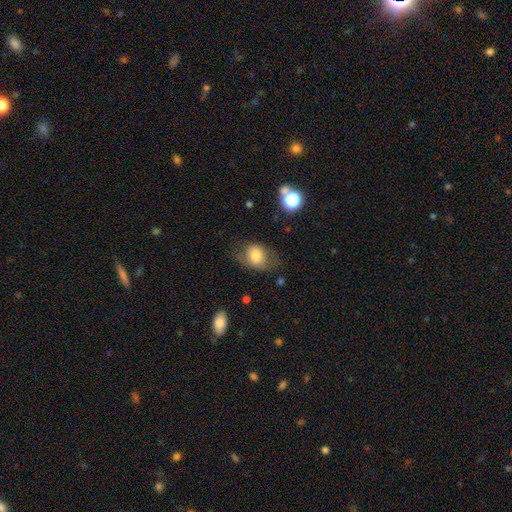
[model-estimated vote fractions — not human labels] smooth 69%, featured or disk 22%, star or artifact 9%. Down the decision tree: how rounded — in between (56%); merging — none (54%).